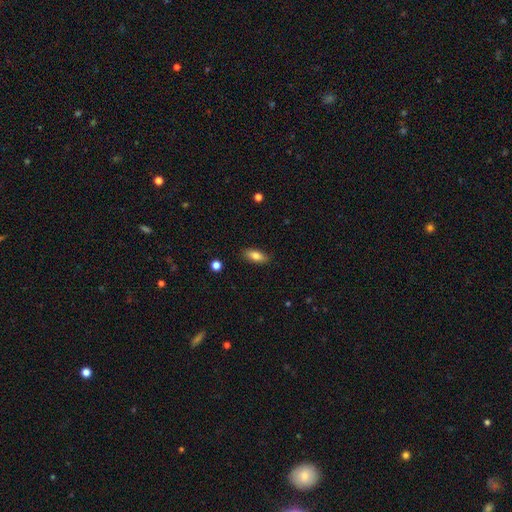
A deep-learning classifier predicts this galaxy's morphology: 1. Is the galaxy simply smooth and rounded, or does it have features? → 79% smooth, 14% featured or disk, 8% star or artifact.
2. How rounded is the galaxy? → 79% in between, 18% cigar-shaped, 3% round.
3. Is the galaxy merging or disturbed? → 87% none, 9% minor disturbance, 2% major disturbance, 1% merger.